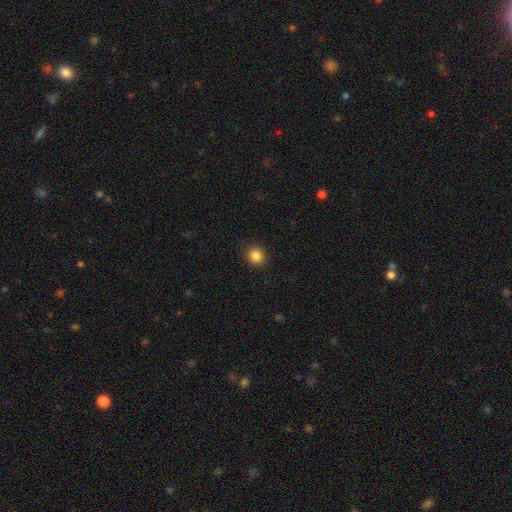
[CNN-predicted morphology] smooth-or-featured: smooth: 86% | star or artifact: 11% | featured or disk: 4%
  how-rounded: round: 85% | in between: 14% | cigar-shaped: 1%
  merging: none: 91% | minor disturbance: 6% | major disturbance: 2% | merger: 1%